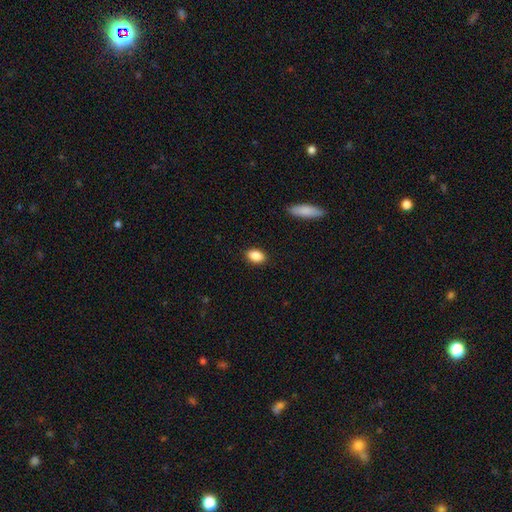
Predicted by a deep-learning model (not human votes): This appears to be a smooth galaxy with no disk features (88%) that is in between round and cigar-shaped (83%). Merging: none (88%).